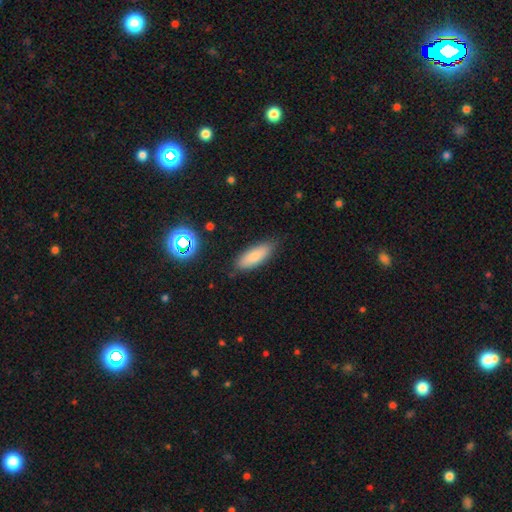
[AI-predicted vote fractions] smooth_or_featured: smooth (p=0.82) [alt: featured or disk p=0.10]
how_rounded: in between (p=0.69) [alt: cigar-shaped p=0.29]
merging: none (p=0.81) [alt: minor disturbance p=0.14]